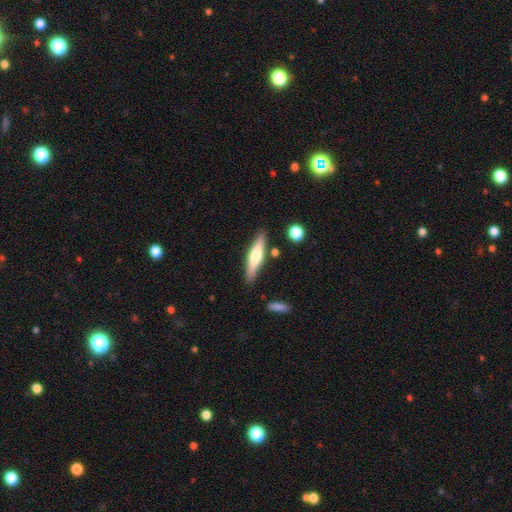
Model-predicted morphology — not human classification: type=smooth (49%); merging=none (84%).